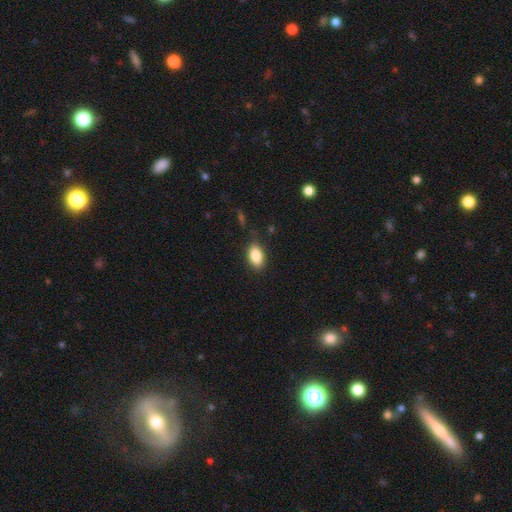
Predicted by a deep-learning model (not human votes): smooth_or_featured: smooth (p=0.87) [alt: star or artifact p=0.08]
how_rounded: in between (p=0.91) [alt: round p=0.07]
merging: none (p=0.84) [alt: minor disturbance p=0.11]